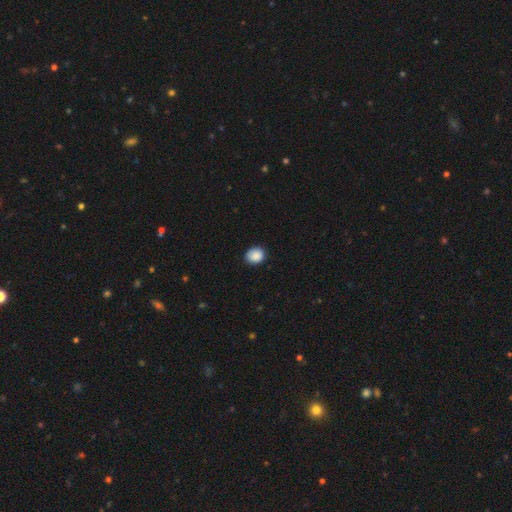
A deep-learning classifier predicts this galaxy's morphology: smooth 88%, star or artifact 8%, featured or disk 4%. Down the decision tree: how rounded — round (66%); merging — none (85%).